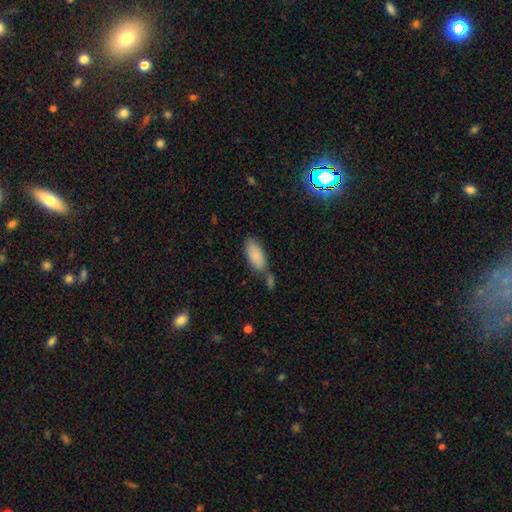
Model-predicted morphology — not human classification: smooth_or_featured: smooth (p=0.86) [alt: featured or disk p=0.07]
how_rounded: in between (p=0.87) [alt: cigar-shaped p=0.11]
merging: none (p=0.52) [alt: merger p=0.24]